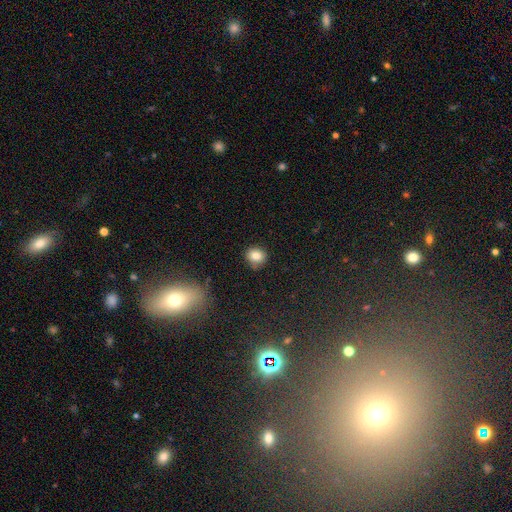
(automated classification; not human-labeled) A smooth galaxy with no disk features (83%) that is round (77%).

Vote fractions:
- Smooth or featured? smooth: 83% / star or artifact: 11% / featured or disk: 6%
- How rounded? round: 77% / in between: 22% / cigar-shaped: 1%
- Merging? none: 80% / minor disturbance: 14% / major disturbance: 3% / merger: 3%